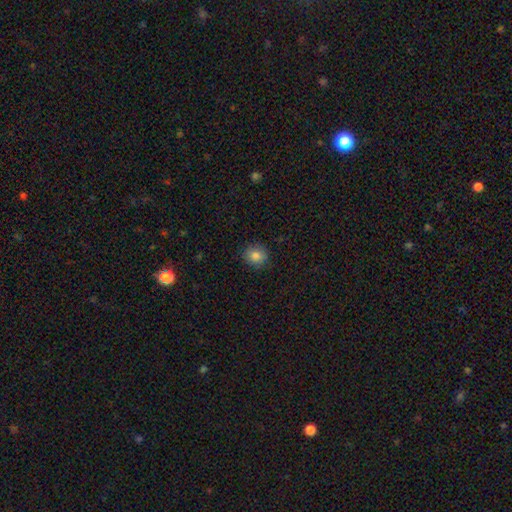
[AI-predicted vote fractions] Smooth or featured: smooth — 83% (star or artifact — 10%)
How rounded: round — 80% (in between — 19%)
Merging: none — 88% (minor disturbance — 9%)